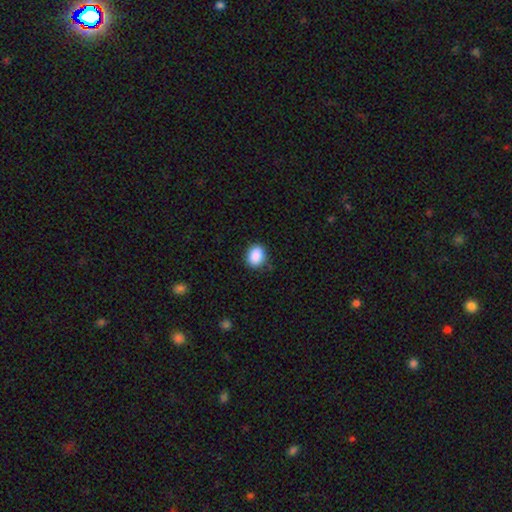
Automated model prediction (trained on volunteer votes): Q: Smooth or featured?
A: smooth (89%); runner-up: star or artifact (8%)
Q: How rounded?
A: round (52%); runner-up: in between (47%)
Q: Merging?
A: none (85%); runner-up: minor disturbance (11%)